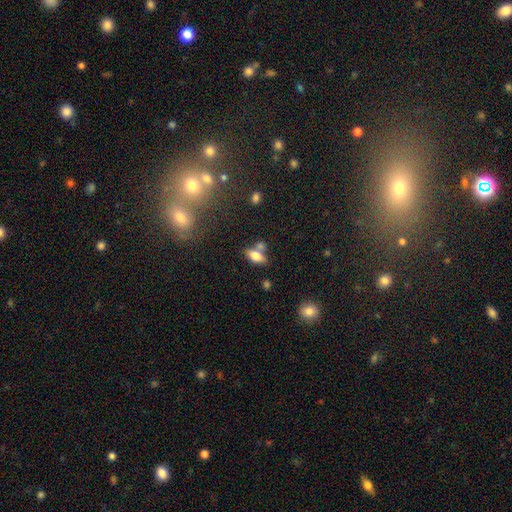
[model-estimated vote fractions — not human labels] Overall: smooth (73%). How rounded: in between (84%). Merging: none (57%; merger 26%).